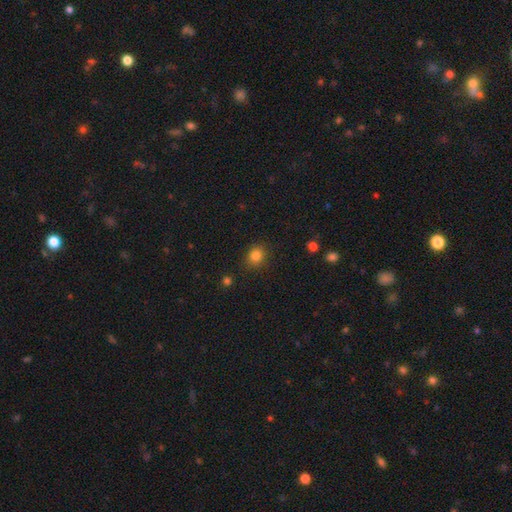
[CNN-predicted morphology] type=smooth (82%); roundness=round (69%); merging=none (87%).